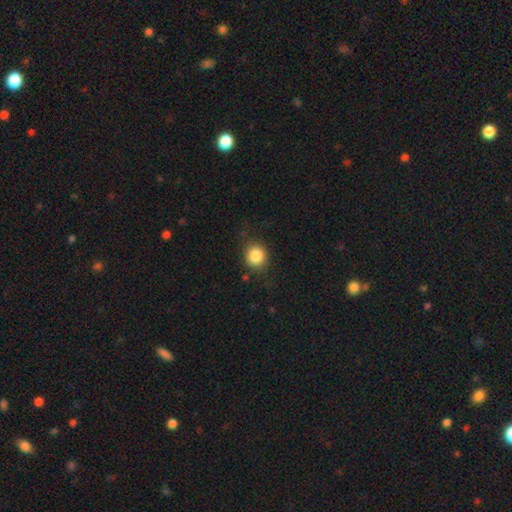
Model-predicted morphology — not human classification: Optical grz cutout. It shows a smooth galaxy with no disk features (85%) that is round (87%). Merging: none (79%).